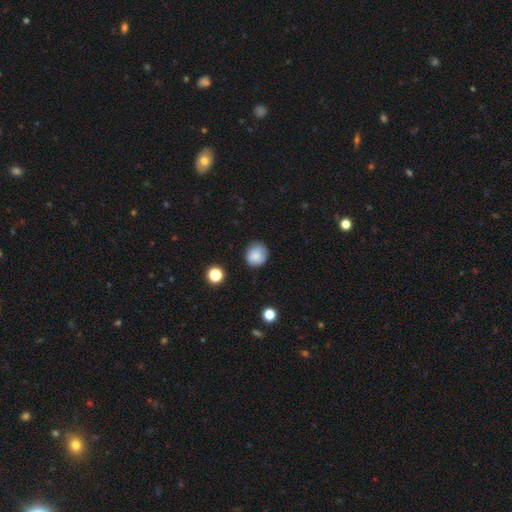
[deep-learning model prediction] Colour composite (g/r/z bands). It shows a smooth galaxy with no disk features (84%) that is round (85%). Merging: none (81%).